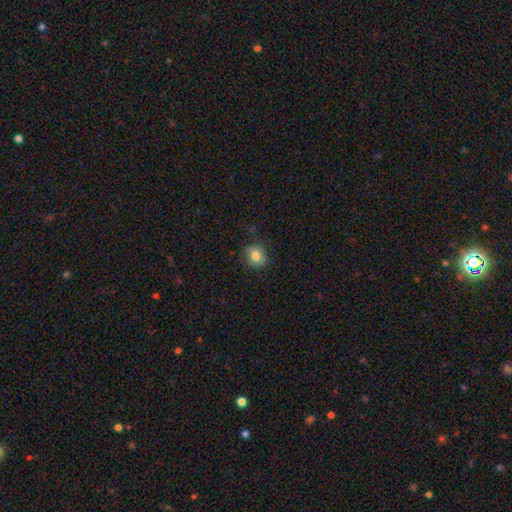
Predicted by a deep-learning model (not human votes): The model was most divided on "how rounded": round: 71%, in between: 28%, cigar-shaped: 1%. More confident: smooth or featured — smooth (80%); merging — none (79%).